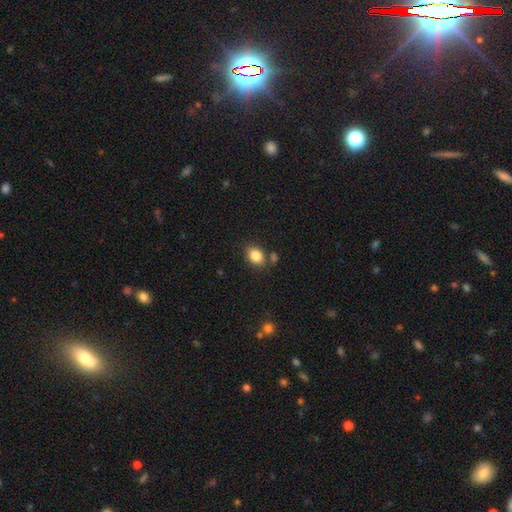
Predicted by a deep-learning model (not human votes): smooth_or_featured: smooth (p=0.85) [alt: star or artifact p=0.09]
how_rounded: in between (p=0.70) [alt: round p=0.29]
merging: none (p=0.74) [alt: minor disturbance p=0.13]